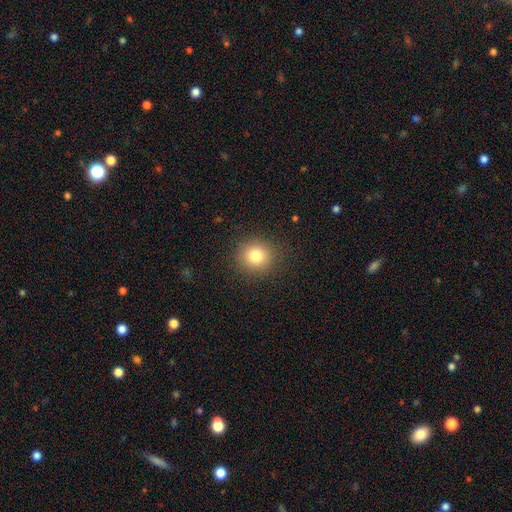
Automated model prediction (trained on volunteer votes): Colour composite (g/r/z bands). It shows a smooth galaxy with no disk features (80%) that is round (89%). Merging: none (89%).